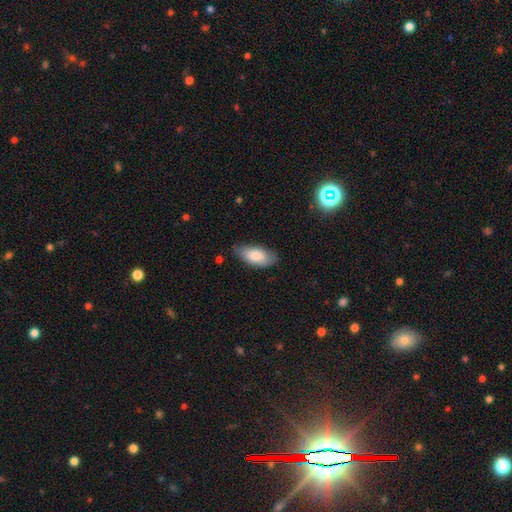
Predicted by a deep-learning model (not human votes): Overall: smooth (82%). How rounded: in between (89%). Merging: none (75%).